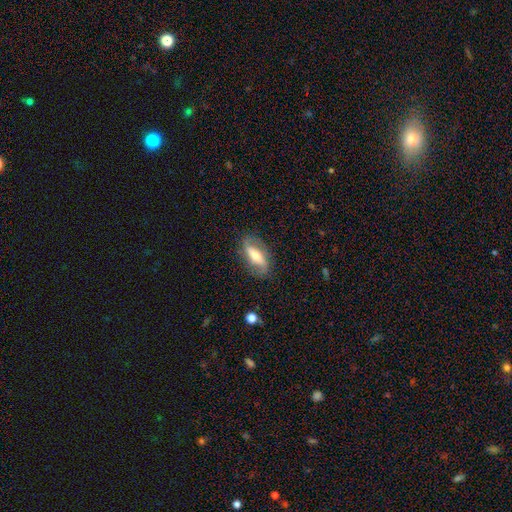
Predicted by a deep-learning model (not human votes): Smooth or featured? Predicted: featured or disk (p=0.61). Edge-on disk? Predicted: no (p=0.80). Merging? Predicted: none (p=0.79).